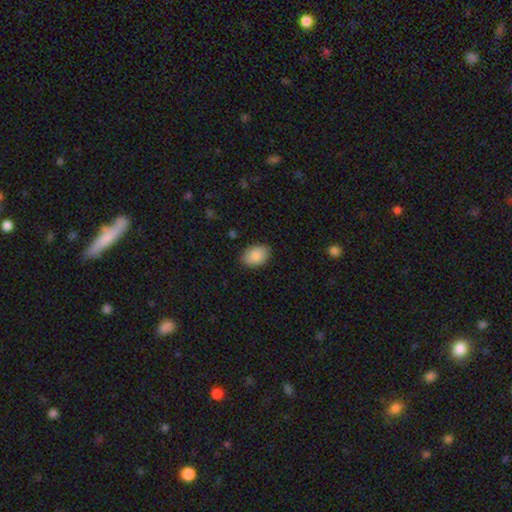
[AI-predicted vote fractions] smooth_or_featured: smooth (p=0.88) [alt: star or artifact p=0.07]
how_rounded: in between (p=0.85) [alt: round p=0.14]
merging: none (p=0.85) [alt: minor disturbance p=0.11]